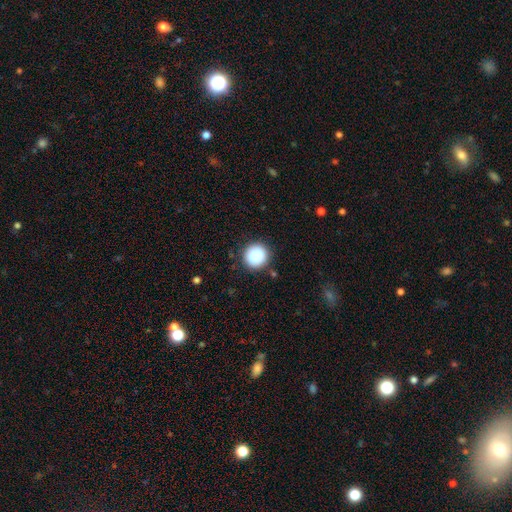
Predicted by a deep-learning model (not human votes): A smooth galaxy with no disk features (88%) that is round (94%). Merging: none (87%).